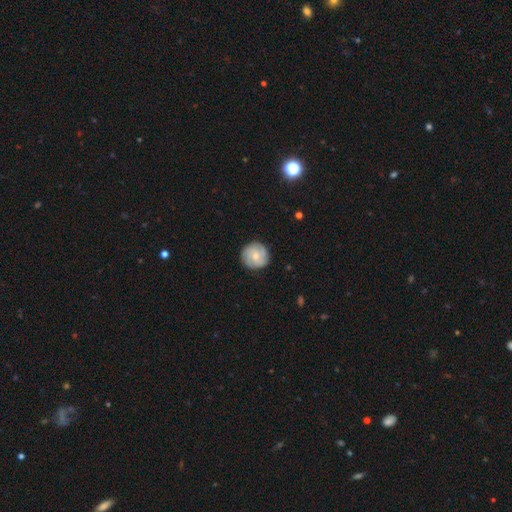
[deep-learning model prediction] A featured or disk galaxy (48%). Merging: none (86%).